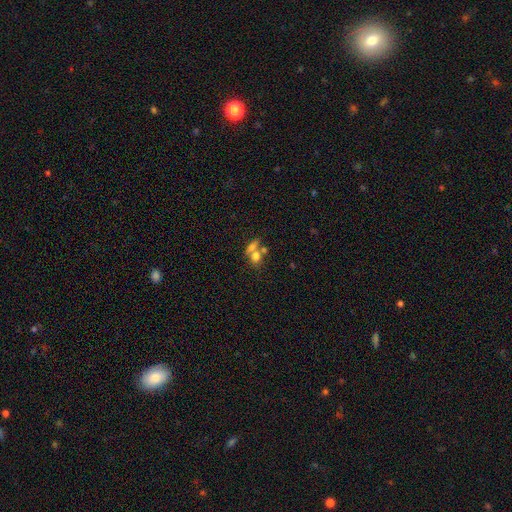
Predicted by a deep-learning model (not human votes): Morphology: type=smooth (69%); roundness=in between (51%); merging=merger (53%).